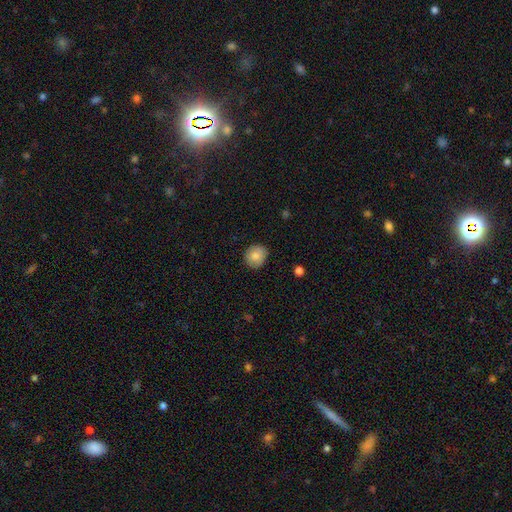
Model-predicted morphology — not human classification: Overall: smooth (82%). How rounded: round (82%). Merging: none (85%).